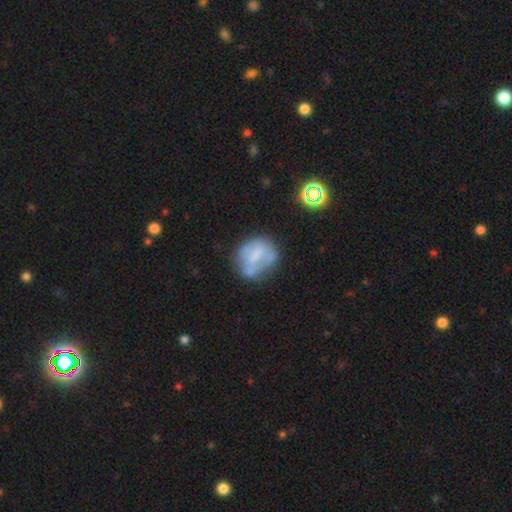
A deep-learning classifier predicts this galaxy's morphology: Smooth or featured? Predicted: smooth (p=0.49). Merging? Predicted: none (p=0.47).